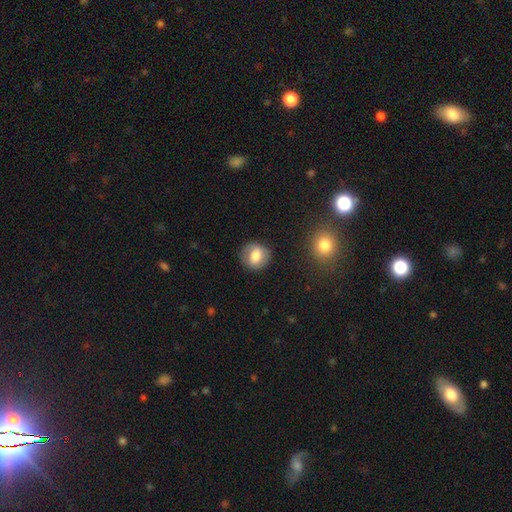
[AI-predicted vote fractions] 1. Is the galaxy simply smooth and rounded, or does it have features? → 70% smooth, 22% featured or disk, 8% star or artifact.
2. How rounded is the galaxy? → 79% round, 20% in between, 1% cigar-shaped.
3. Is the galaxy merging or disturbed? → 85% none, 10% minor disturbance, 3% major disturbance, 2% merger.